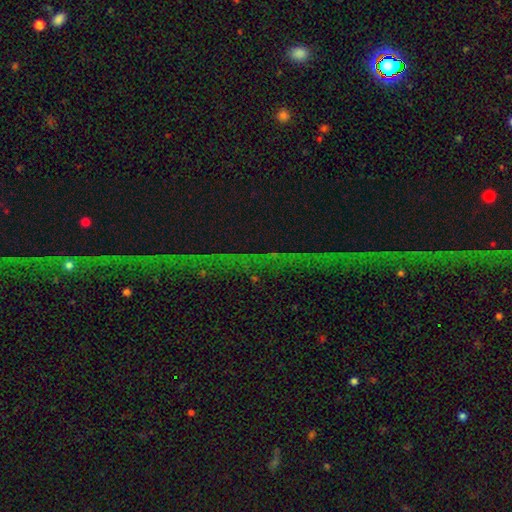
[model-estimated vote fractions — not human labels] This appears to be a star or artifact, not a galaxy (74%).